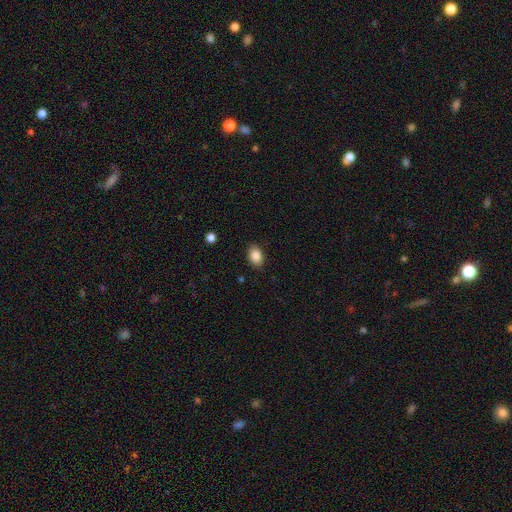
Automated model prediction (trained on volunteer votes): smooth-or-featured: smooth: 87% | star or artifact: 8% | featured or disk: 5%
  how-rounded: in between: 77% | round: 22% | cigar-shaped: 1%
  merging: none: 86% | minor disturbance: 10% | major disturbance: 3% | merger: 1%